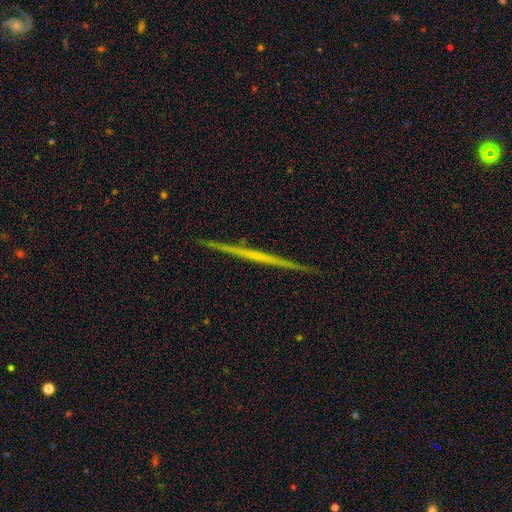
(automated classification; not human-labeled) Overall: featured or disk (66%; smooth 26%). Edge-on disk: yes (98%). Edge-on bulge: none (89%). Merging: none (93%).